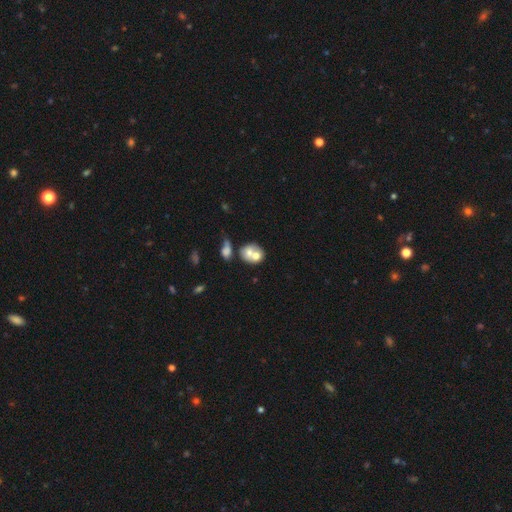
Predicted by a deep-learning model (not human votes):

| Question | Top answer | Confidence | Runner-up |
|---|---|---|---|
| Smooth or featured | smooth | 61% | featured or disk (30%) |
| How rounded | round | 64% | in between (35%) |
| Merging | merger | 64% | none (23%) |